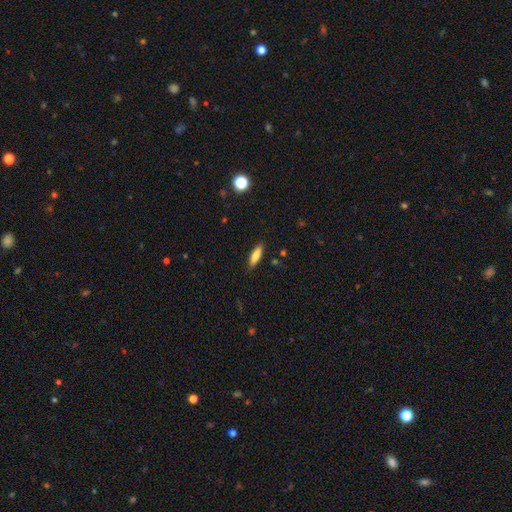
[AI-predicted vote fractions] A smooth galaxy with no disk features (83%) that is cigar-shaped (56%). Merging: none (88%).